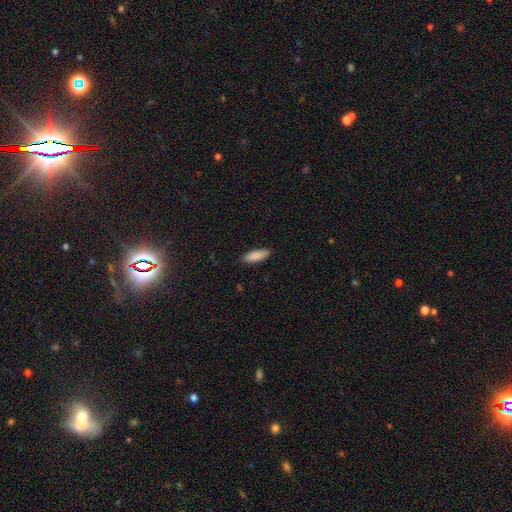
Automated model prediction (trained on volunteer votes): This is clearly a smooth galaxy (90%). How rounded: likely in between (64%). Merging: clearly none (89%).